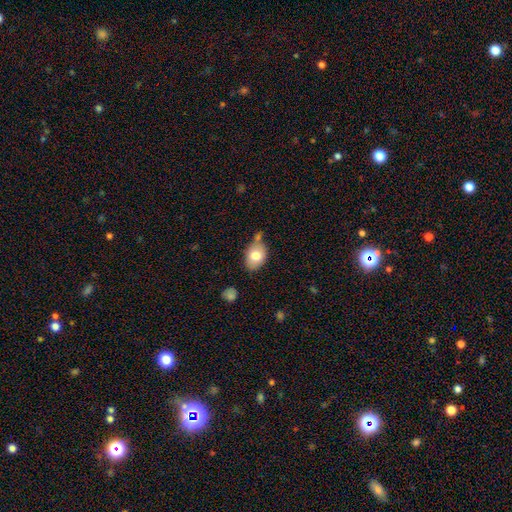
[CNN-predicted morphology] Overall: smooth (76%). How rounded: in between (76%). Merging: none (61%).